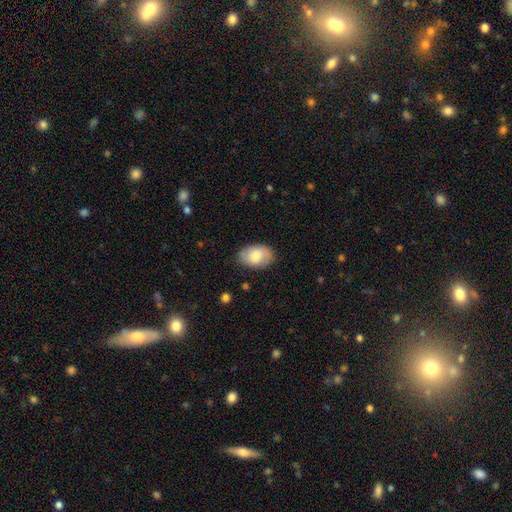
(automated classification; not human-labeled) Morphology: type=smooth (76%); roundness=in between (90%); merging=none (83%).